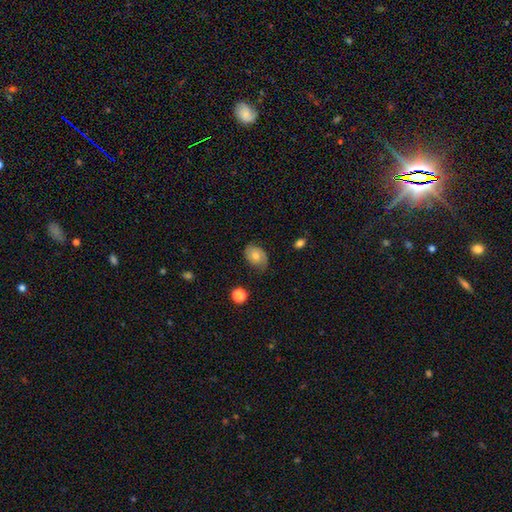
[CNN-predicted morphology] Smooth or featured: smooth — 48% (featured or disk — 43%)
Merging: none — 62% (minor disturbance — 26%)